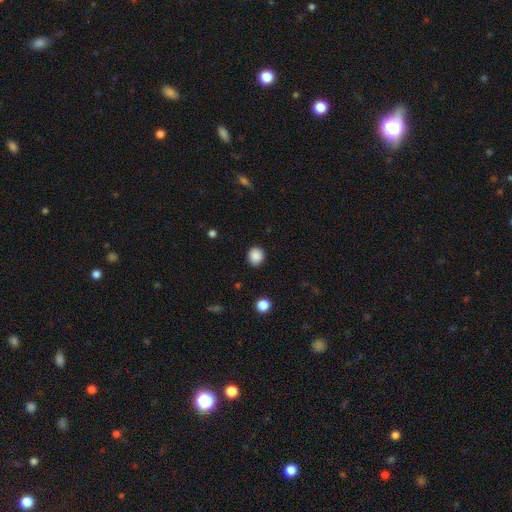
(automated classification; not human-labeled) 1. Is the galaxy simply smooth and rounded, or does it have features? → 88% smooth, 10% star or artifact, 3% featured or disk.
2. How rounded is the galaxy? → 82% round, 17% in between, 1% cigar-shaped.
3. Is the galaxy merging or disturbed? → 89% none, 8% minor disturbance, 2% major disturbance, 1% merger.